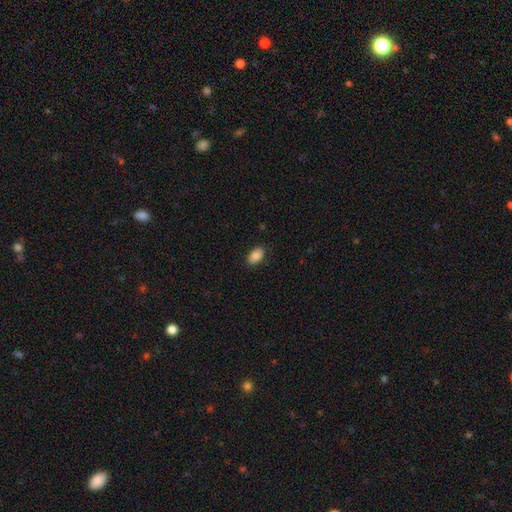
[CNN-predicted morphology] Overall: smooth (85%). How rounded: in between (88%). Merging: none (84%).